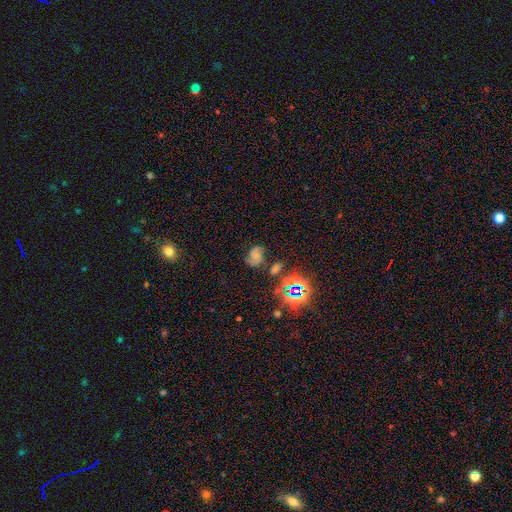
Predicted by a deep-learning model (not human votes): Smooth or featured: featured or disk — 46% (smooth — 31%)
Merging: none — 53% (minor disturbance — 24%)